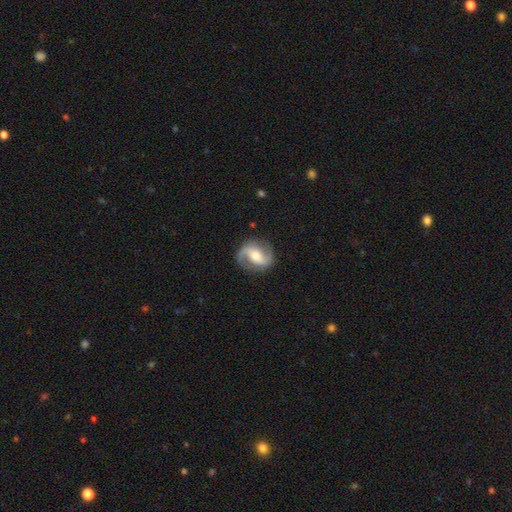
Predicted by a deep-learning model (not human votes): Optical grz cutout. It shows a featured or disk galaxy (86%) with a weak bar (40%), 2 (92%) medium (44%) spiral arms (96%) and a moderate central bulge (64%). Merging: none (85%).